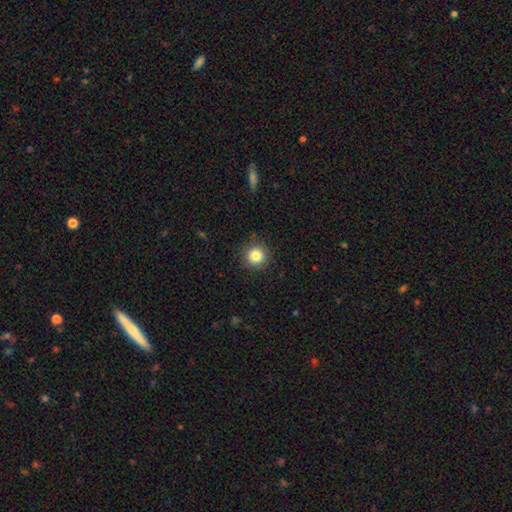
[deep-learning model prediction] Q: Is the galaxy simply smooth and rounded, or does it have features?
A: smooth — 84%.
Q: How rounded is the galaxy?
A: round — 94%.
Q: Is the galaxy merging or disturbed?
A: none — 89%.